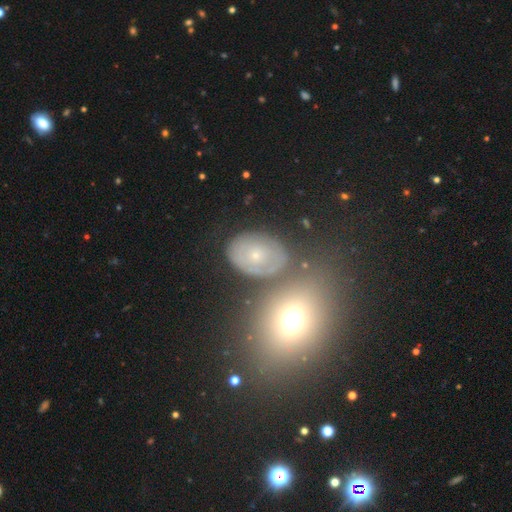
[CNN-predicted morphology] The model was most divided on "smooth or featured": featured or disk: 46%, smooth: 40%, star or artifact: 14%. More confident: merging — none (68%).